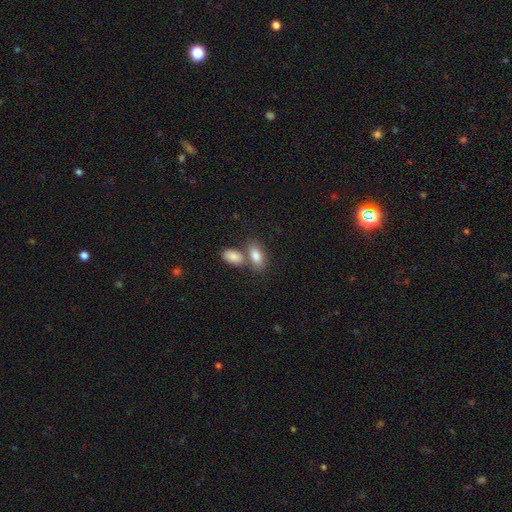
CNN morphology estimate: smooth-or-featured: smooth: 83% | featured or disk: 10% | star or artifact: 7%
  how-rounded: in between: 90% | round: 5% | cigar-shaped: 4%
  merging: none: 48% | merger: 39% | minor disturbance: 10% | major disturbance: 3%